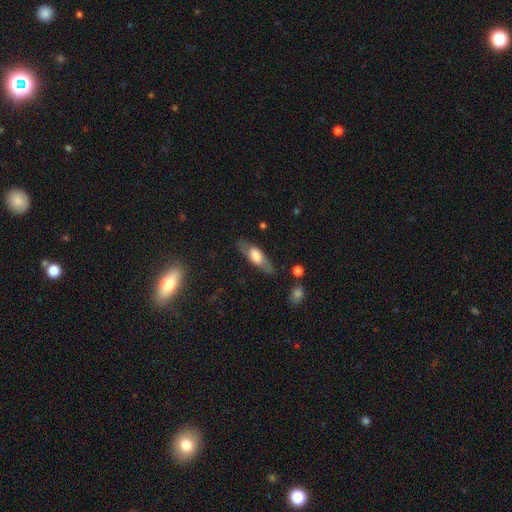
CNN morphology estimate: A smooth galaxy with no disk features (52%) that is in between round and cigar-shaped (60%). Merging: none (78%).